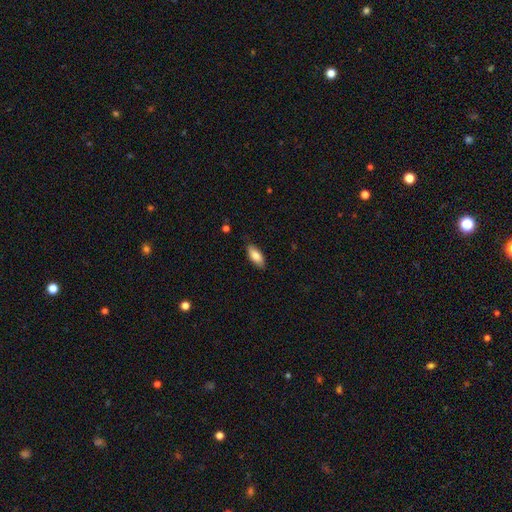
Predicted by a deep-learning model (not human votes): Morphology: type=smooth (82%); roundness=in between (81%); merging=none (84%).